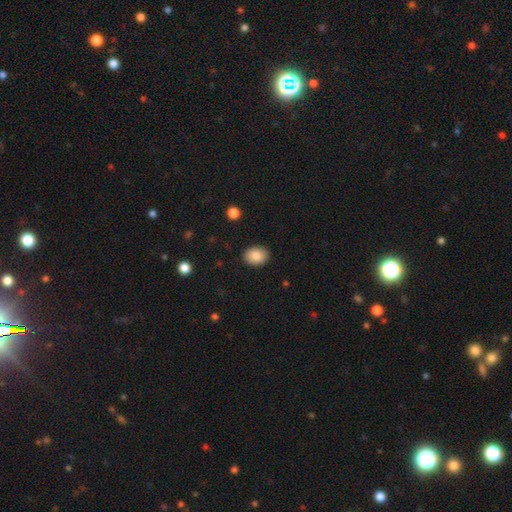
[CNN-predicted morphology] smooth 87%, star or artifact 8%, featured or disk 5%. Down the decision tree: how rounded — in between (69%); merging — none (89%).